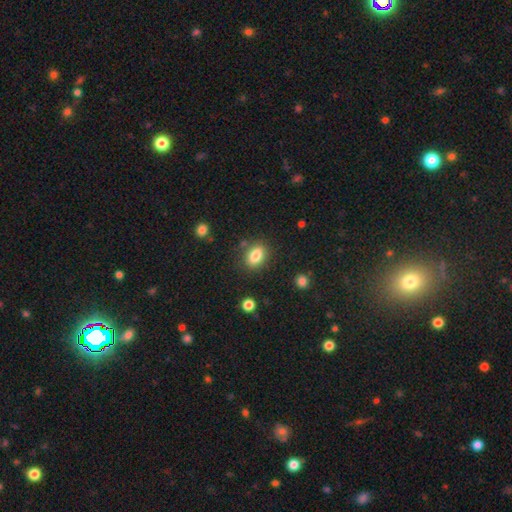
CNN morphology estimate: The model was most divided on "how rounded": in between: 79%, round: 19%, cigar-shaped: 2%. More confident: smooth or featured — smooth (84%); merging — none (82%).